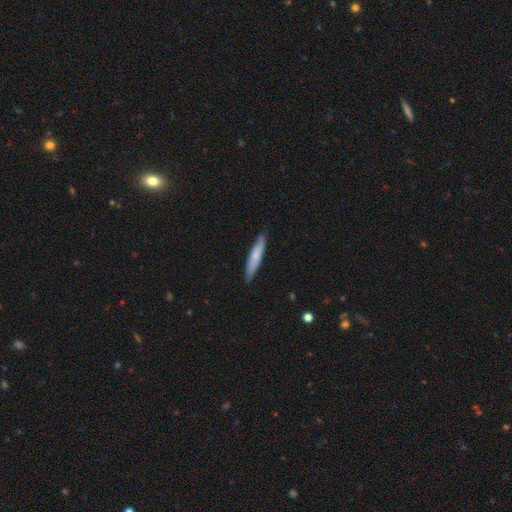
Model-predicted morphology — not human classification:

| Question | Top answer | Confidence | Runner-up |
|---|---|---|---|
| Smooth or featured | smooth | 70% | featured or disk (25%) |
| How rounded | cigar-shaped | 90% | in between (8%) |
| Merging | none | 86% | minor disturbance (12%) |